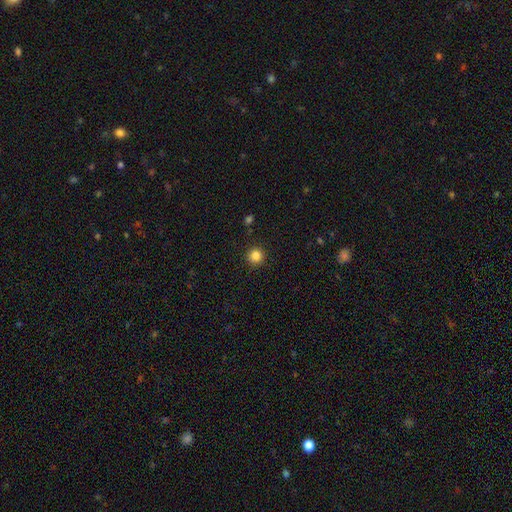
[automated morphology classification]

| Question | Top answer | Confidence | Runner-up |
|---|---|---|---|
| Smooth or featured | smooth | 84% | star or artifact (12%) |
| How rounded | round | 95% | in between (4%) |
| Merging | none | 92% | minor disturbance (5%) |